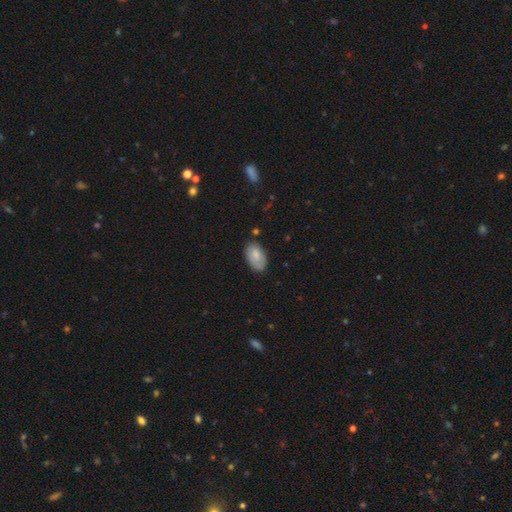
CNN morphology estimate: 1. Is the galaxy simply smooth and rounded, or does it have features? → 79% smooth, 15% featured or disk, 7% star or artifact.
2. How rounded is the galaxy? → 94% in between, 4% round, 2% cigar-shaped.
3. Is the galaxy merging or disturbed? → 73% none, 20% minor disturbance, 4% major disturbance, 2% merger.